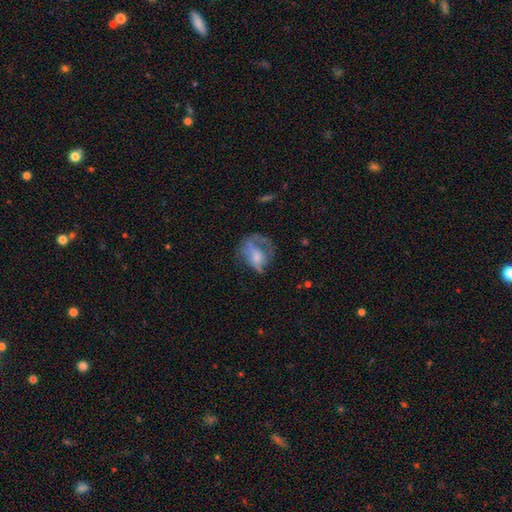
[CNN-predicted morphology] type=smooth (46%); merging=major disturbance (46%).